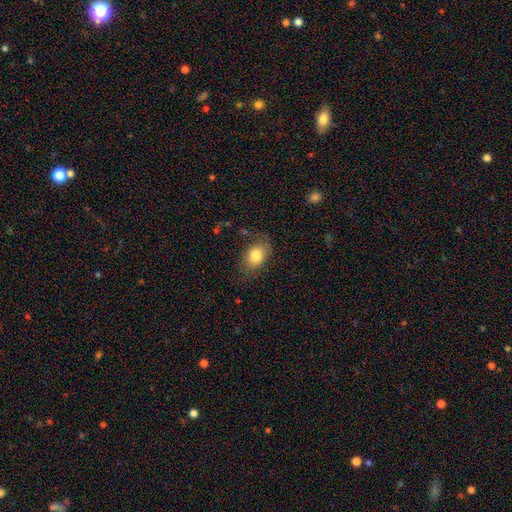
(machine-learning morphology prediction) The model was most divided on "how rounded": in between: 73%, round: 26%, cigar-shaped: 1%. More confident: smooth or featured — smooth (81%); merging — none (72%).